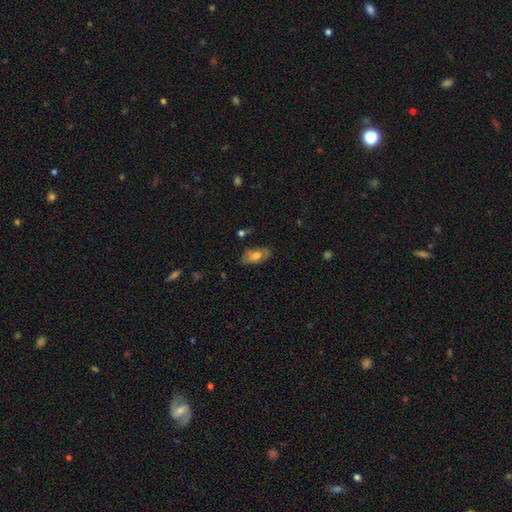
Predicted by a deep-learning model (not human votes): This appears to be a smooth galaxy with no disk features (56%) that is in between round and cigar-shaped (91%). Merging: none (72%).